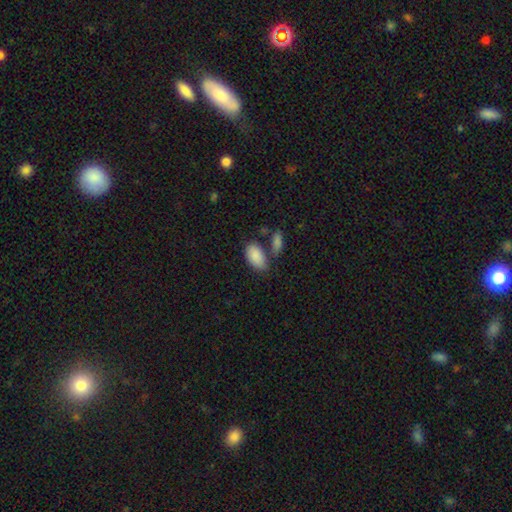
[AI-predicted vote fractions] The model was most divided on "merging": none: 60%, merger: 19%, minor disturbance: 16%, major disturbance: 5%. More confident: how rounded — in between (94%); smooth or featured — smooth (88%).